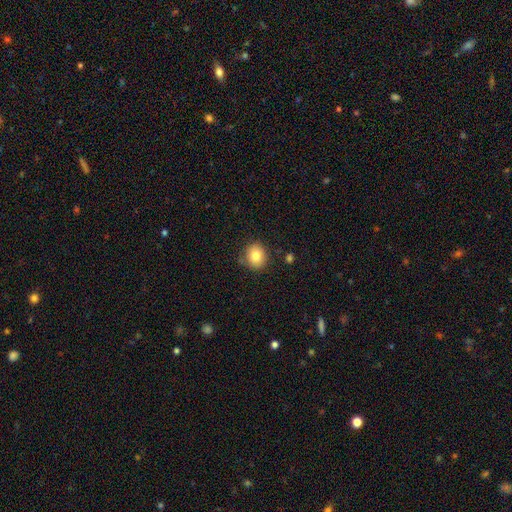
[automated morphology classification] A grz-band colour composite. It shows a smooth galaxy with no disk features (81%) that is round (82%). Merging: none (82%).